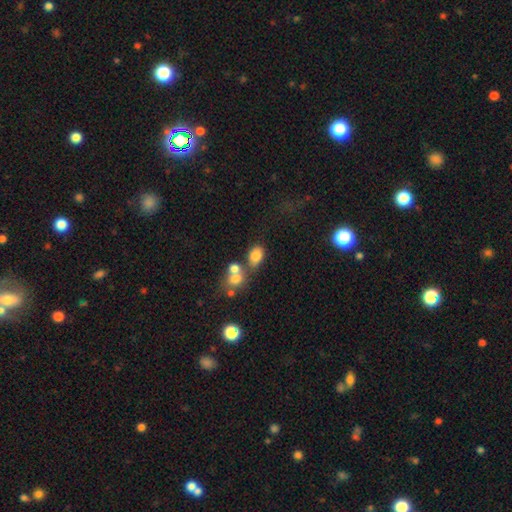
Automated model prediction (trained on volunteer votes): Smooth or featured? smooth (78%)
How rounded? in between (74%)
Merging? none (49%)